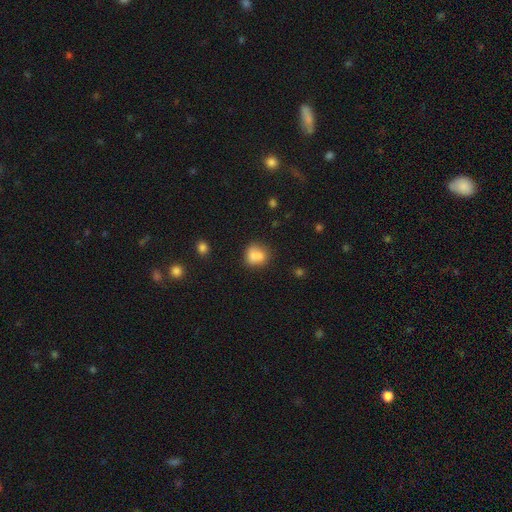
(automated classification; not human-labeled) Smooth or featured? smooth (74%)
How rounded? round (72%)
Merging? merger (44%)